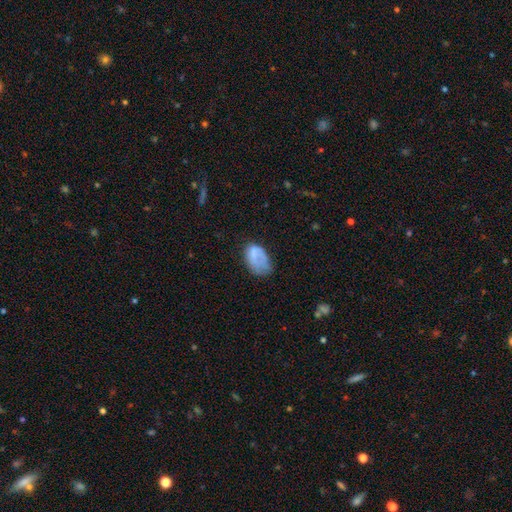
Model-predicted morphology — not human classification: Smooth or featured: smooth — 69% (featured or disk — 22%)
How rounded: in between — 89% (round — 9%)
Merging: minor disturbance — 36% (none — 34%)